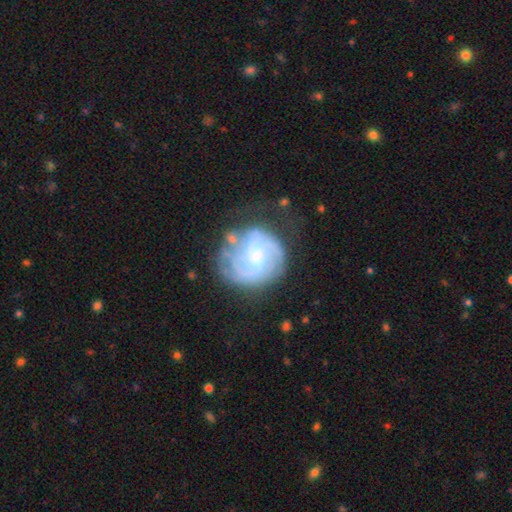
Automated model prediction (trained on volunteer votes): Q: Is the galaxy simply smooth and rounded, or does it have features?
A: featured or disk — 80%.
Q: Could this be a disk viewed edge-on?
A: no — 98%.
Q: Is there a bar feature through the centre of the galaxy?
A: no — 60%.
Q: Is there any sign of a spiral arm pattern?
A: yes — 92%.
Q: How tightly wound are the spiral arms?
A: tight — 53%.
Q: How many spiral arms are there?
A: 2 — 30%.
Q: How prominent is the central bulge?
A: small — 53%.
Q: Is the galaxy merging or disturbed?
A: none — 61%.